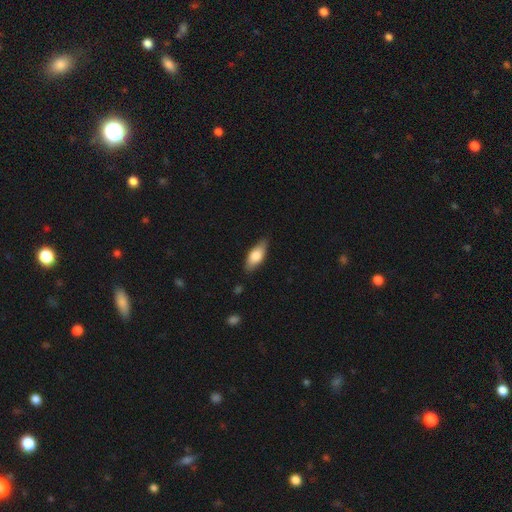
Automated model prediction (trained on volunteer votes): smooth-or-featured: smooth: 73% | featured or disk: 22% | star or artifact: 6%
  how-rounded: in between: 77% | cigar-shaped: 20% | round: 3%
  merging: none: 82% | minor disturbance: 14% | major disturbance: 3% | merger: 1%